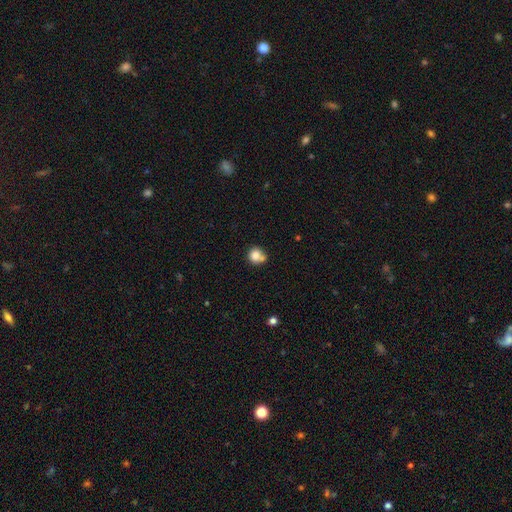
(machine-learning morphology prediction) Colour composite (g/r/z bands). It shows a smooth galaxy with no disk features (80%) that is round (86%). Merging: none (53%).